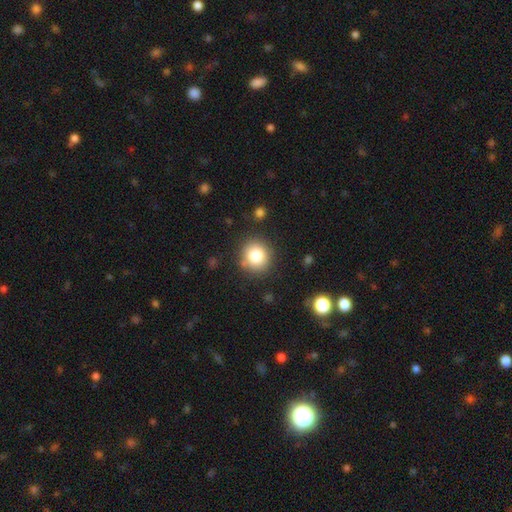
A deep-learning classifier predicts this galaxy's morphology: This is clearly a smooth galaxy (81%). How rounded: clearly round (87%). Merging: clearly none (85%).